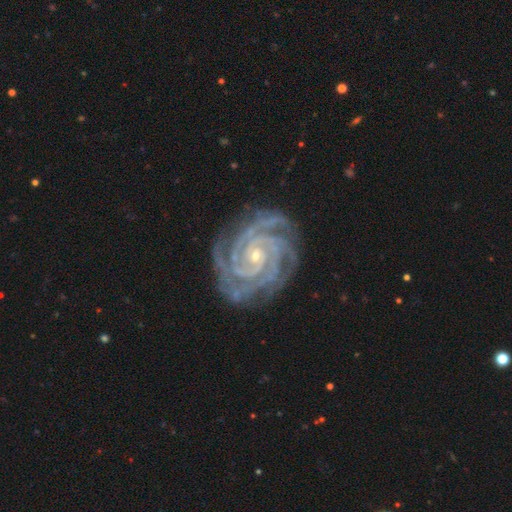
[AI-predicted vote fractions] A featured or disk galaxy (93%) with no bar (66%), 4 (32%) tight (84%) spiral arms (99%) and a small central bulge (81%). Merging: none (82%).